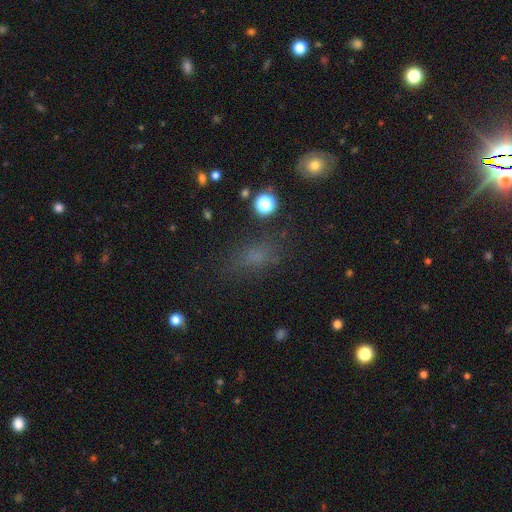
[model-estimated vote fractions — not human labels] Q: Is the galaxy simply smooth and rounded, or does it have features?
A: smooth — 62%.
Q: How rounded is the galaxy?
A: in between — 72%.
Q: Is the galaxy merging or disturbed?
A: none — 69%.